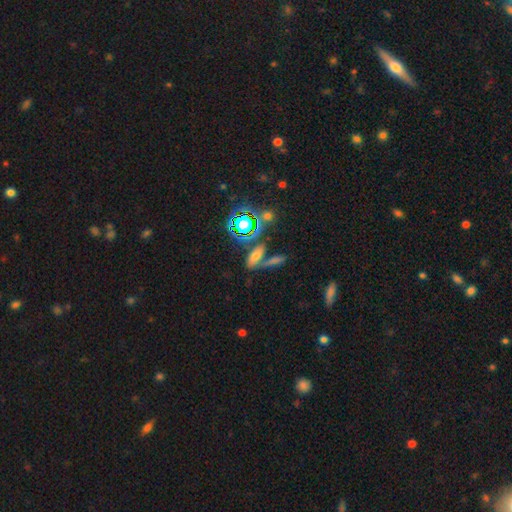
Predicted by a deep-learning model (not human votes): smooth 54%, star or artifact 28%, featured or disk 18%. Down the decision tree: how rounded — in between (64%); merging — none (50%).